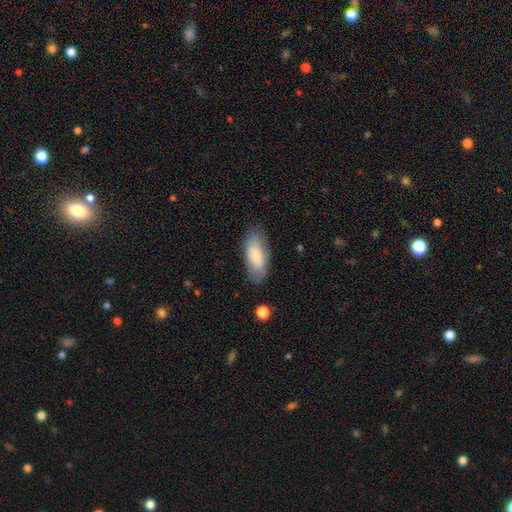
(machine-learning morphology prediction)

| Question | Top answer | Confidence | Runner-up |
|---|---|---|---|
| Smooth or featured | smooth | 79% | featured or disk (15%) |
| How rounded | in between | 84% | cigar-shaped (13%) |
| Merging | none | 78% | minor disturbance (16%) |